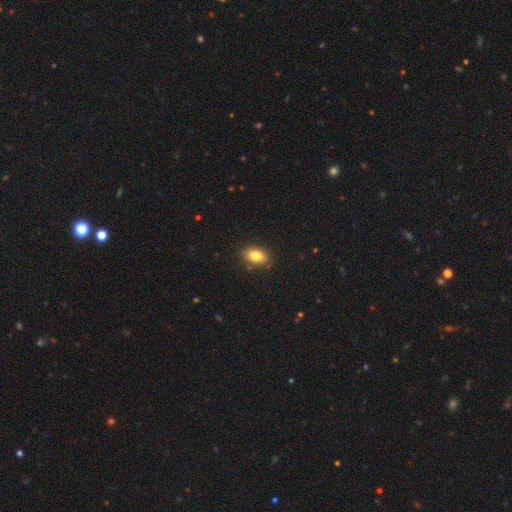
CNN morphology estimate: A smooth galaxy with no disk features (83%) that is in between round and cigar-shaped (88%). Merging: none (85%).